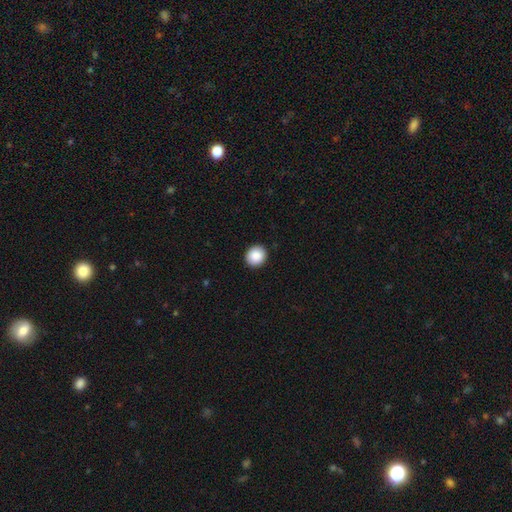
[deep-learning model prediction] smooth 89%, star or artifact 8%, featured or disk 3%. Down the decision tree: how rounded — round (86%); merging — none (92%).